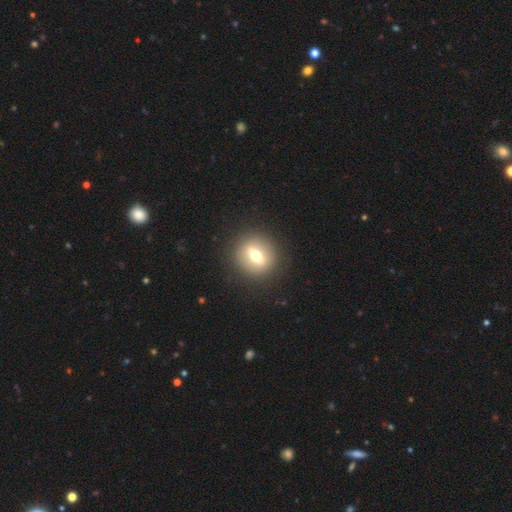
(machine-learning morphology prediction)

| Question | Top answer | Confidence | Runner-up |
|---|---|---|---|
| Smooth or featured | smooth | 48% | featured or disk (42%) |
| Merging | none | 89% | minor disturbance (7%) |